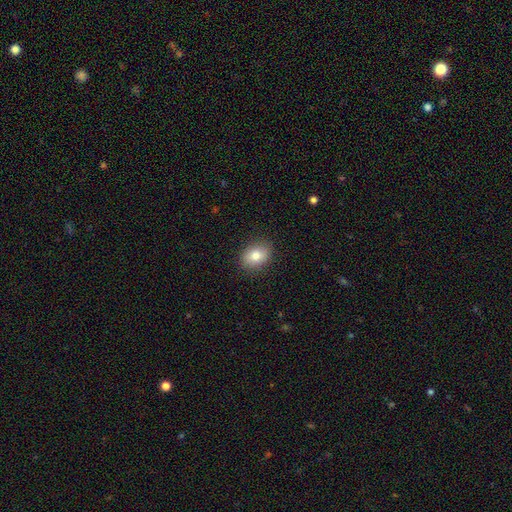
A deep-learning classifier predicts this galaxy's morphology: smooth_or_featured: smooth (p=0.81) [alt: featured or disk p=0.10]
how_rounded: in between (p=0.69) [alt: round p=0.30]
merging: none (p=0.88) [alt: minor disturbance p=0.09]